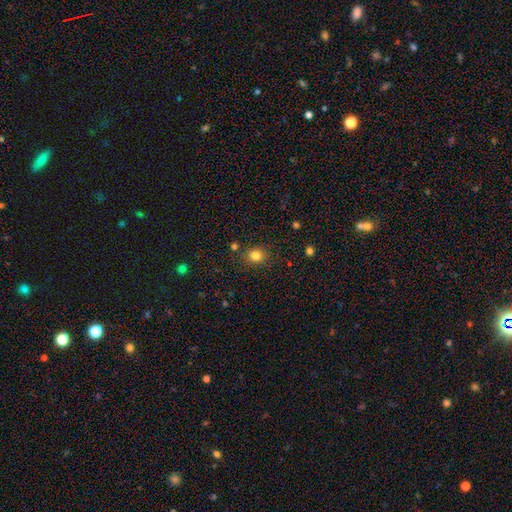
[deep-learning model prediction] Morphology: type=smooth (82%); roundness=round (75%); merging=none (83%).